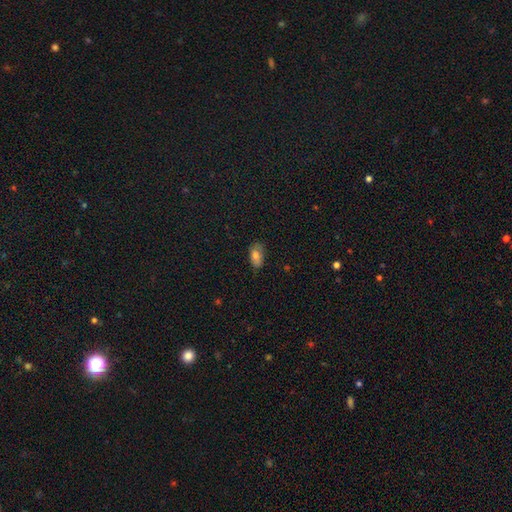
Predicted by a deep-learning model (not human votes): Smooth or featured: smooth — 78% (featured or disk — 13%)
How rounded: in between — 91% (round — 6%)
Merging: none — 72% (minor disturbance — 23%)